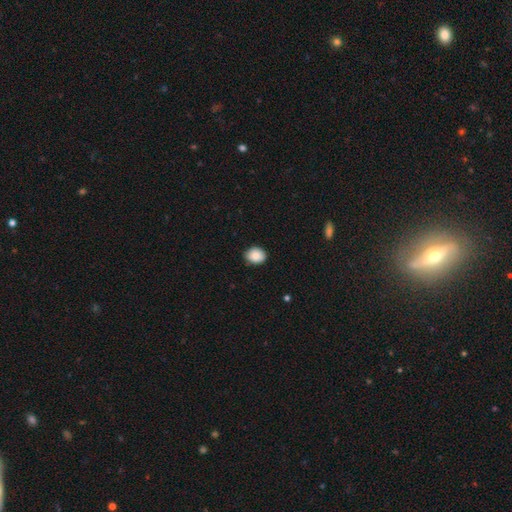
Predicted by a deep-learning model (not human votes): The model was most divided on "how rounded": round: 54%, in between: 45%, cigar-shaped: 1%. More confident: smooth or featured — smooth (87%); merging — none (85%).